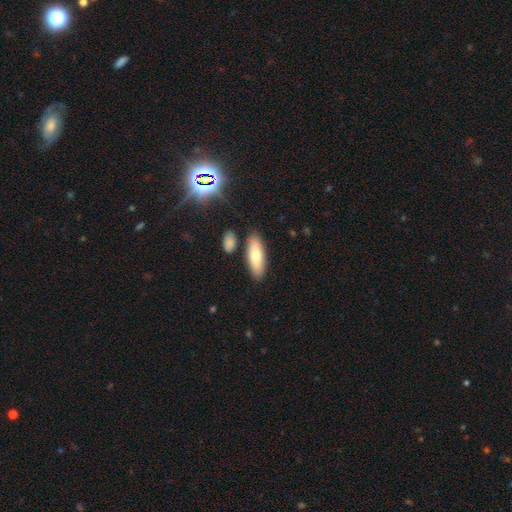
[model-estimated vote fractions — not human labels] Smooth or featured: smooth — 72% (featured or disk — 21%)
How rounded: in between — 65% (cigar-shaped — 33%)
Merging: none — 81% (minor disturbance — 11%)